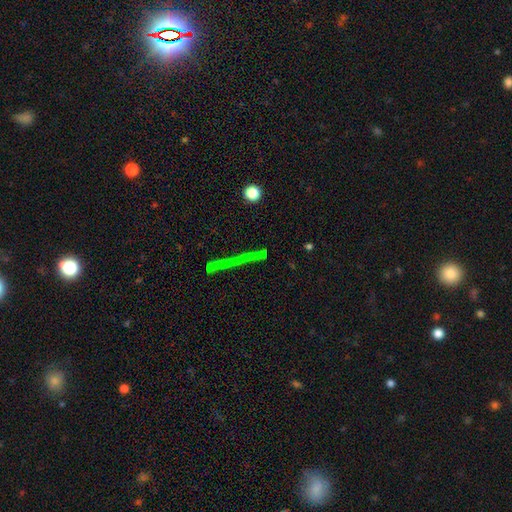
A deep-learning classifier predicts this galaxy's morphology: A star or artifact, not a galaxy (65%).